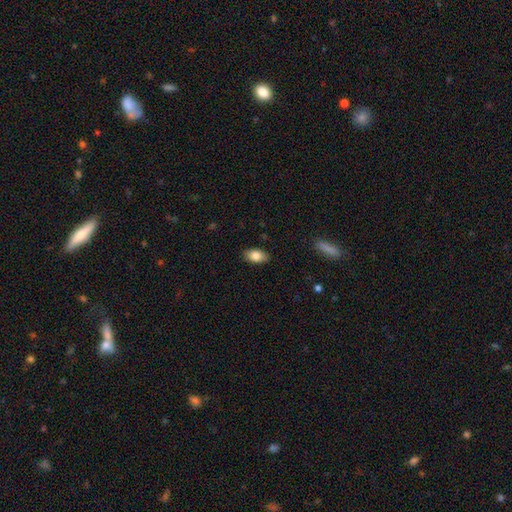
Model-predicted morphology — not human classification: smooth 83%, featured or disk 10%, star or artifact 7%. Down the decision tree: how rounded — in between (91%); merging — none (87%).